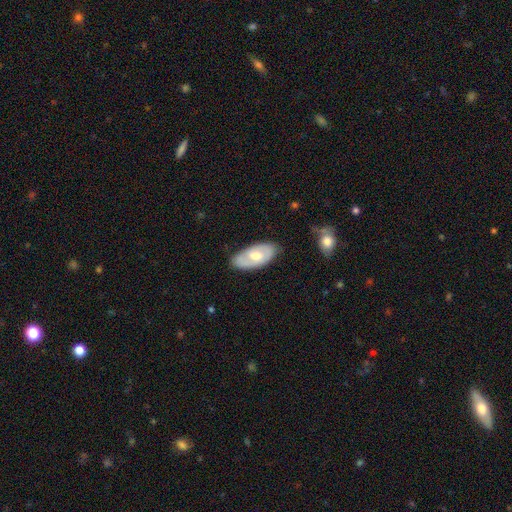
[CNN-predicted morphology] smooth 48%, featured or disk 47%, star or artifact 5%. Down the decision tree: merging — none (75%).